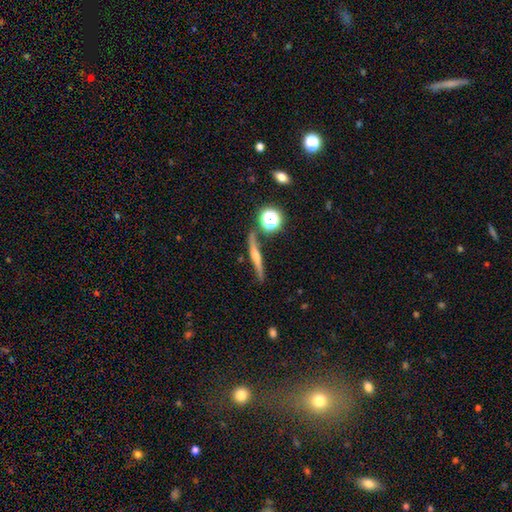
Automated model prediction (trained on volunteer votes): Smooth or featured: featured or disk — 68% (smooth — 21%)
Edge-on disk: yes — 90% (no — 10%)
Edge-on bulge: rounded — 81% (none — 12%)
Merging: none — 81% (minor disturbance — 12%)